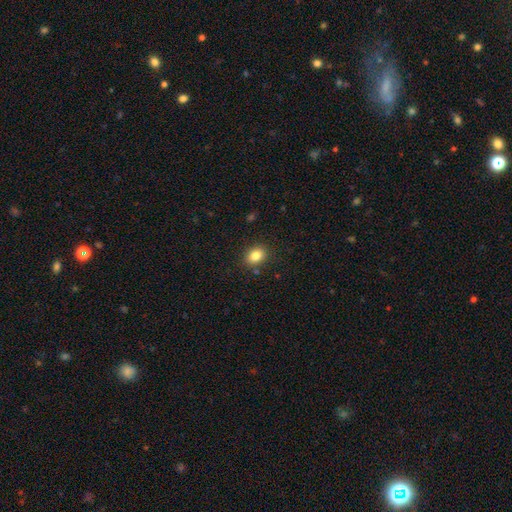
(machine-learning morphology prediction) smooth_or_featured: smooth (p=0.83) [alt: star or artifact p=0.10]
how_rounded: in between (p=0.61) [alt: round p=0.38]
merging: none (p=0.87) [alt: minor disturbance p=0.09]